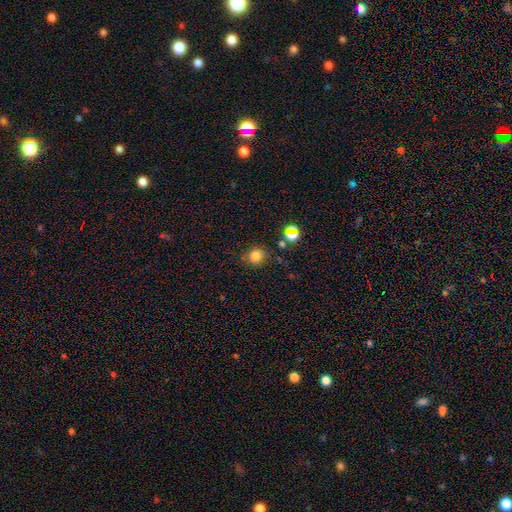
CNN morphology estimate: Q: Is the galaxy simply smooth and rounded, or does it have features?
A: smooth — 79%.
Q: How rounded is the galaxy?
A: round — 85%.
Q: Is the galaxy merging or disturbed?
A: none — 81%.